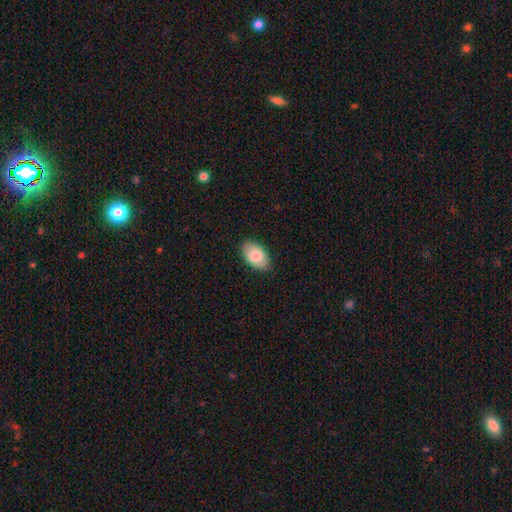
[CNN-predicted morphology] A smooth galaxy with no disk features (83%) that is in between round and cigar-shaped (94%). Merging: none (86%).